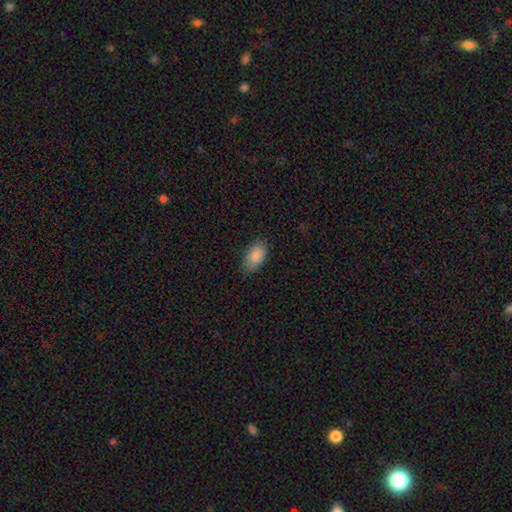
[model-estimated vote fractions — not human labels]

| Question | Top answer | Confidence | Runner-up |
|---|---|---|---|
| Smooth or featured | smooth | 88% | star or artifact (7%) |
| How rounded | in between | 94% | round (4%) |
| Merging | none | 82% | minor disturbance (14%) |